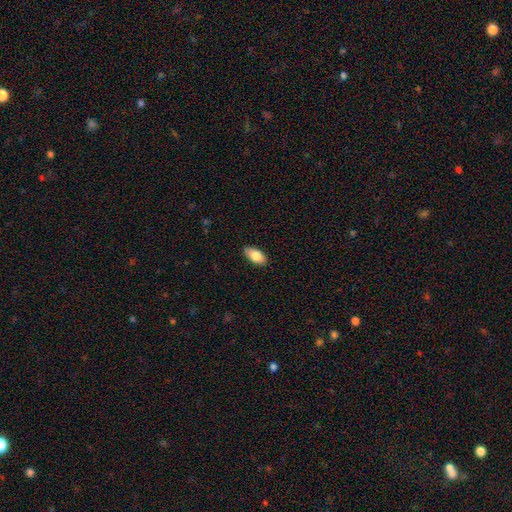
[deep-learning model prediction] This is clearly a smooth galaxy (82%). How rounded: clearly in between (92%). Merging: clearly none (86%).